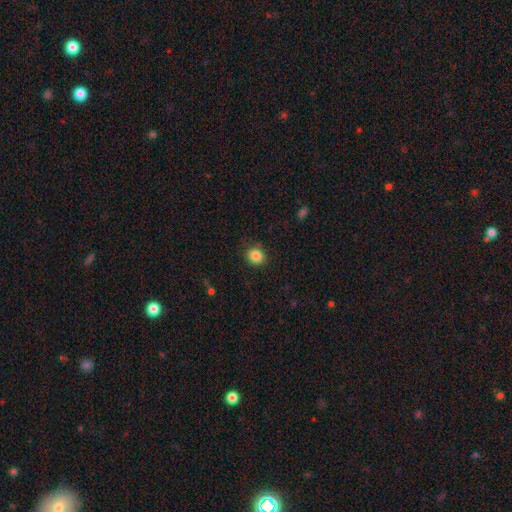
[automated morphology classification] Q: Smooth or featured?
A: smooth (86%); runner-up: star or artifact (10%)
Q: How rounded?
A: round (81%); runner-up: in between (18%)
Q: Merging?
A: none (88%); runner-up: minor disturbance (8%)